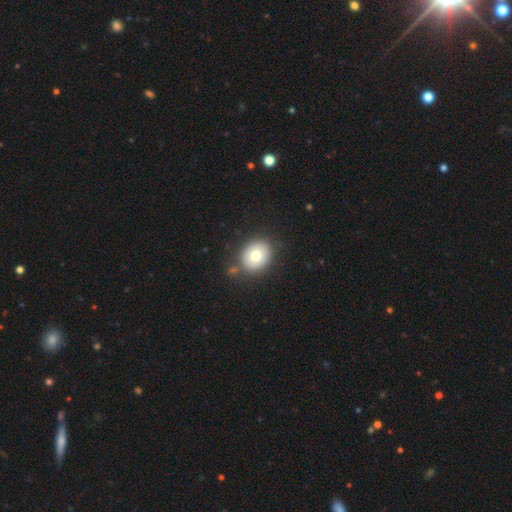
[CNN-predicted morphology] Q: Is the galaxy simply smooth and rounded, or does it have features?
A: smooth — 75%.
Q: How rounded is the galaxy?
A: round — 65%.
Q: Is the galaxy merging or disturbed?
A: none — 79%.